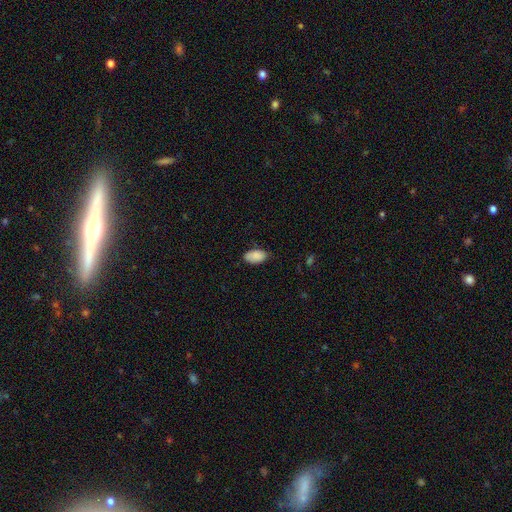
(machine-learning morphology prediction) Q: Smooth or featured?
A: smooth (88%); runner-up: star or artifact (7%)
Q: How rounded?
A: in between (94%); runner-up: round (4%)
Q: Merging?
A: none (74%); runner-up: minor disturbance (21%)